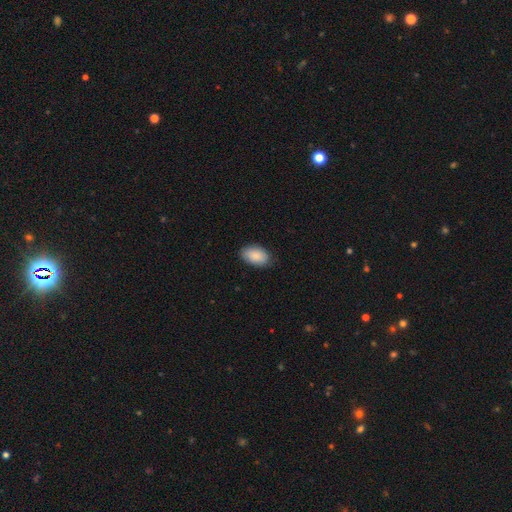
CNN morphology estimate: type=smooth (87%); roundness=in between (92%); merging=none (84%).